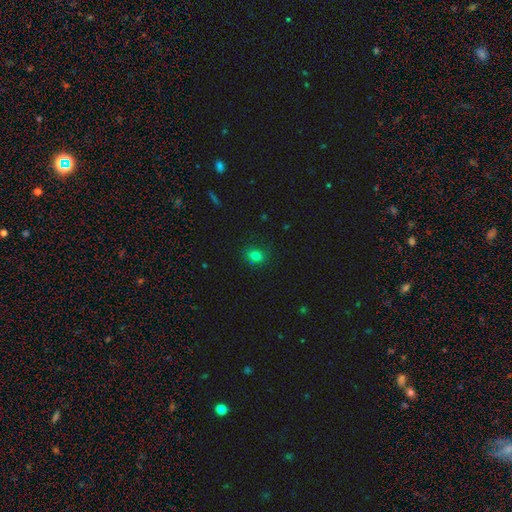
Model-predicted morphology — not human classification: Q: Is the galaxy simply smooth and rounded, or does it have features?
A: smooth — 78%.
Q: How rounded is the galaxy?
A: in between — 51%.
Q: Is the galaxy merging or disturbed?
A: none — 83%.